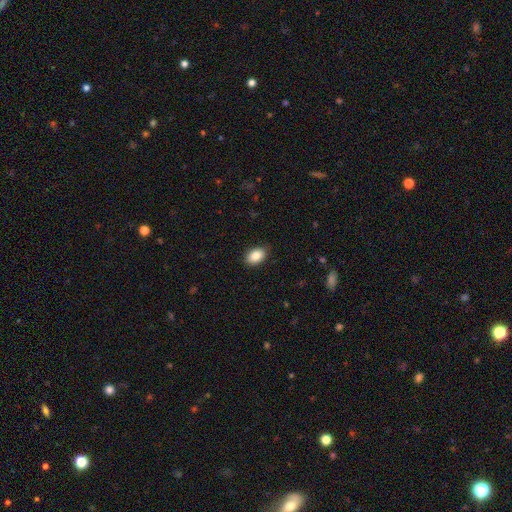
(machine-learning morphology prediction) Smooth or featured: smooth — 87% (star or artifact — 7%)
How rounded: in between — 88% (round — 11%)
Merging: none — 87% (minor disturbance — 10%)